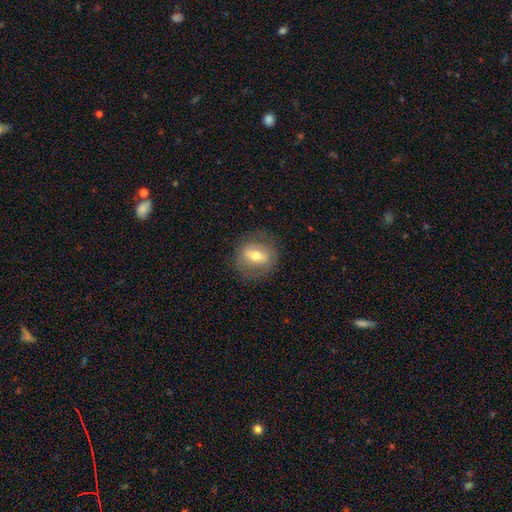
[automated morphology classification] smooth_or_featured: featured or disk (p=0.49) [alt: smooth p=0.43]
merging: none (p=0.79) [alt: minor disturbance p=0.14]